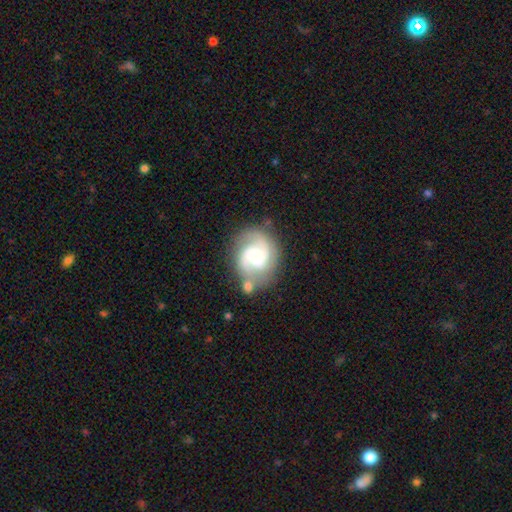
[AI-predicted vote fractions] A featured or disk galaxy (84%) with no bar (58%), 2 (81%) medium (52%) spiral arms (97%) and a small central bulge (49%).

Vote fractions:
- Smooth or featured? featured or disk: 84% / smooth: 11% / star or artifact: 5%
- Edge-on disk? no: 98% / yes: 2%
- Bar? no: 58% / weak: 35% / strong: 6%
- Spiral arms? yes: 97% / no: 3%
- Spiral winding? medium: 52% / tight: 35% / loose: 13%
- Spiral arm count? 2: 81% / 3: 8% / can't tell: 6% / 1: 2% / 4: 2% / more than 4: 1%
- Bulge size? small: 49% / moderate: 44% / large: 4% / none: 2% / dominant: 1%
- Merging? none: 66% / minor disturbance: 16% / merger: 11% / major disturbance: 6%